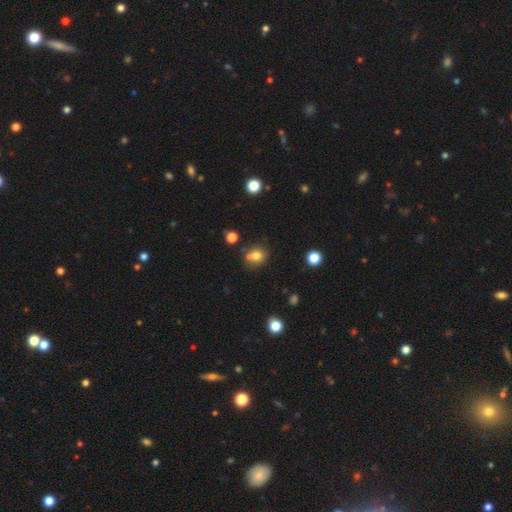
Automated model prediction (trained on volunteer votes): smooth-or-featured: smooth: 75% | star or artifact: 14% | featured or disk: 11%
  how-rounded: round: 73% | in between: 26% | cigar-shaped: 1%
  merging: none: 56% | merger: 28% | minor disturbance: 12% | major disturbance: 4%